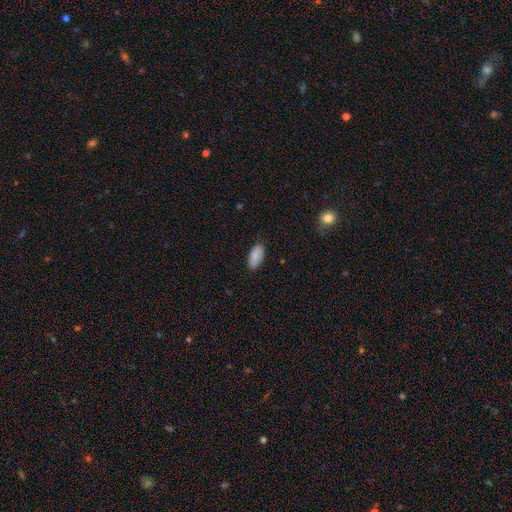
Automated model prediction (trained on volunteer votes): Smooth or featured? Predicted: smooth (p=0.87). How rounded? Predicted: in between (p=0.91). Merging? Predicted: none (p=0.81).